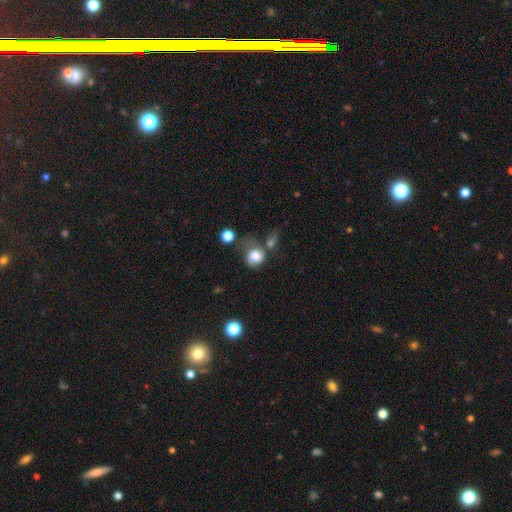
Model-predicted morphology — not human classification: Smooth or featured: smooth — 76% (featured or disk — 15%)
How rounded: round — 66% (in between — 33%)
Merging: none — 29% (major disturbance — 28%)